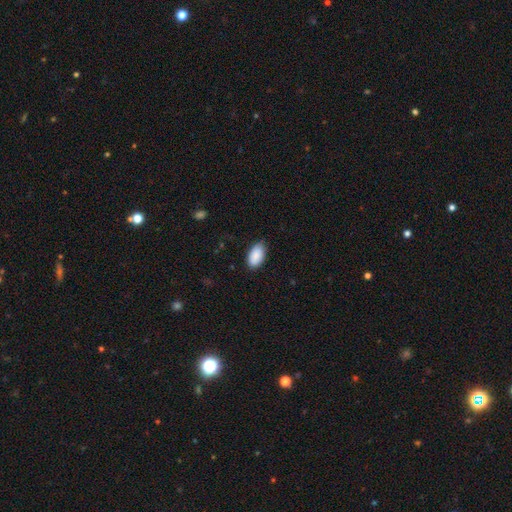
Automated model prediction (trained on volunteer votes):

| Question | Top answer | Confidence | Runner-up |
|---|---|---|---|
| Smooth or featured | smooth | 89% | star or artifact (6%) |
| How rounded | in between | 95% | round (3%) |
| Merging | none | 80% | minor disturbance (17%) |